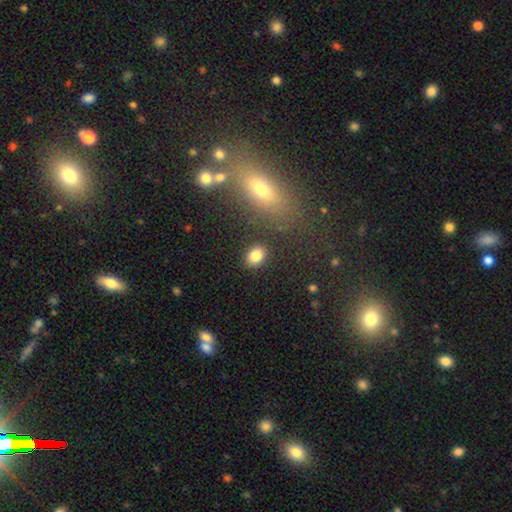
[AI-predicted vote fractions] Smooth or featured?
  - smooth: 84% *
  - star or artifact: 10%
  - featured or disk: 6%
How rounded?
  - in between: 69% *
  - round: 30%
  - cigar-shaped: 1%
Merging?
  - none: 86% *
  - minor disturbance: 9%
  - merger: 3%
  - major disturbance: 3%